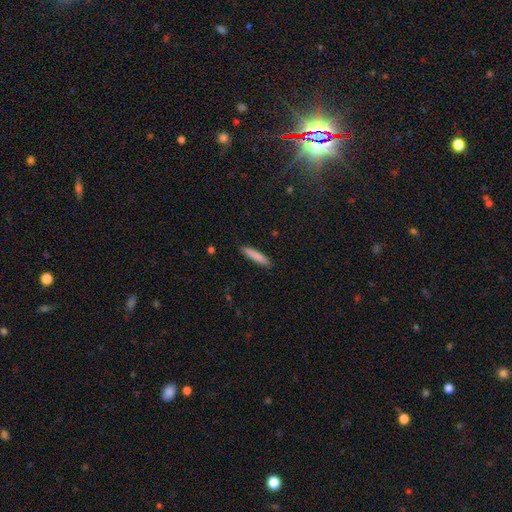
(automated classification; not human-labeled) smooth 84%, featured or disk 9%, star or artifact 6%. Down the decision tree: how rounded — cigar-shaped (89%); merging — none (90%).